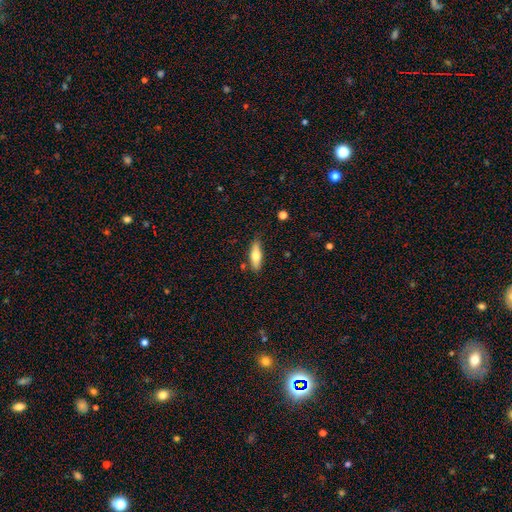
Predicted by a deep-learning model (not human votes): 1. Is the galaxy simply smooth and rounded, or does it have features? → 68% smooth, 26% featured or disk, 6% star or artifact.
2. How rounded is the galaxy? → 51% cigar-shaped, 47% in between, 2% round.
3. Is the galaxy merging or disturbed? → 81% none, 14% minor disturbance, 3% merger, 3% major disturbance.